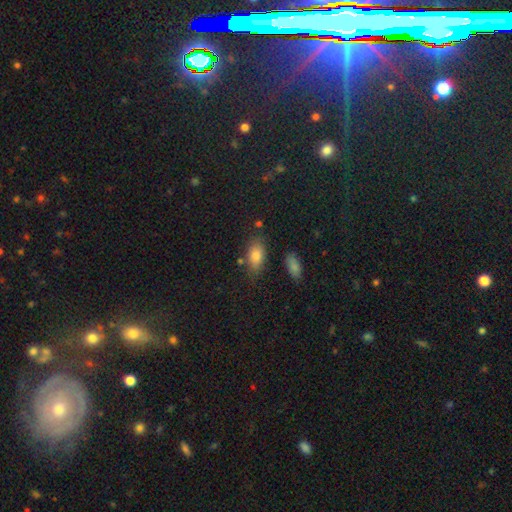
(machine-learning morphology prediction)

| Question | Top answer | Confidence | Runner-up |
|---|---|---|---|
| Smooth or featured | smooth | 81% | featured or disk (9%) |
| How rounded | in between | 88% | round (6%) |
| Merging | none | 74% | minor disturbance (16%) |